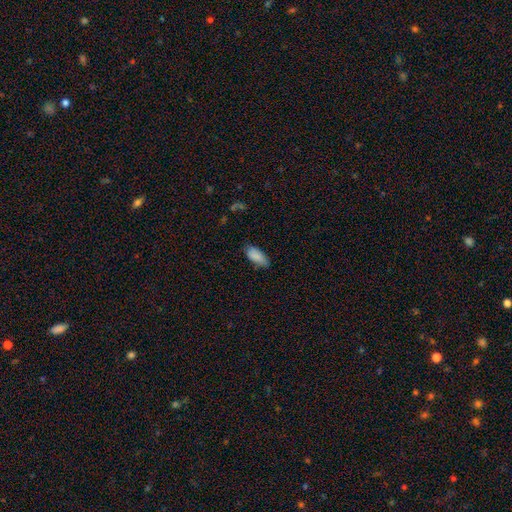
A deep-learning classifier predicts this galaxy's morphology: Smooth or featured?
  - smooth: 87% *
  - star or artifact: 7%
  - featured or disk: 6%
How rounded?
  - in between: 87% *
  - cigar-shaped: 11%
  - round: 2%
Merging?
  - none: 70% *
  - minor disturbance: 24%
  - major disturbance: 4%
  - merger: 2%